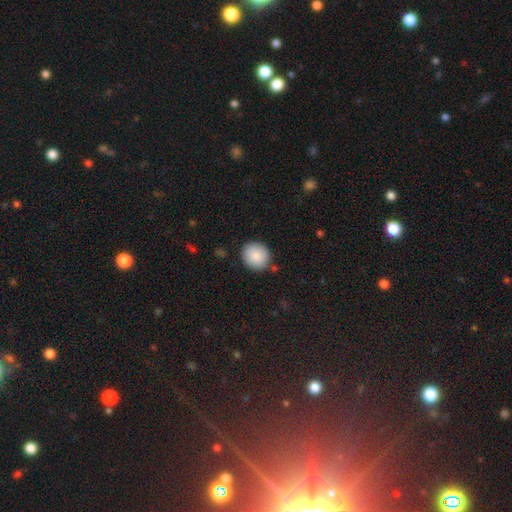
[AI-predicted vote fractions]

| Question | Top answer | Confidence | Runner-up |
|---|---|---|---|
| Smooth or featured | smooth | 89% | star or artifact (7%) |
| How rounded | round | 83% | in between (16%) |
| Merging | none | 86% | minor disturbance (9%) |